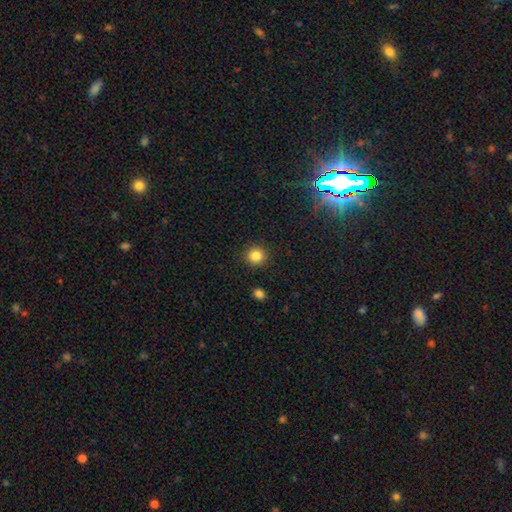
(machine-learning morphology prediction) smooth_or_featured: smooth (p=0.84) [alt: star or artifact p=0.12]
how_rounded: round (p=0.92) [alt: in between p=0.07]
merging: none (p=0.91) [alt: minor disturbance p=0.05]